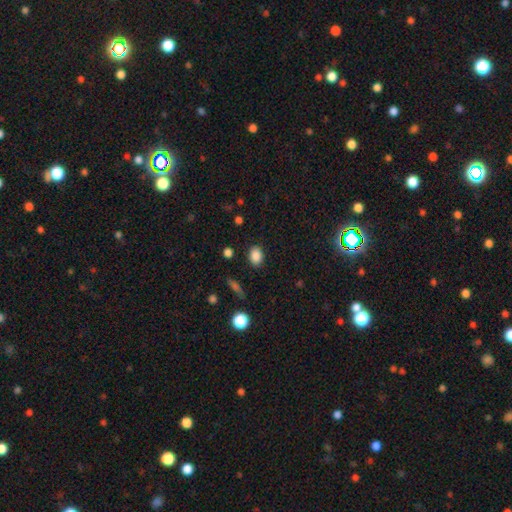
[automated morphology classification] Smooth or featured? smooth (86%)
How rounded? in between (68%)
Merging? none (87%)